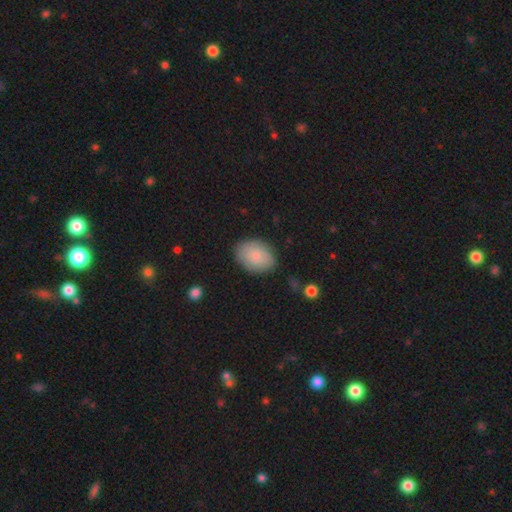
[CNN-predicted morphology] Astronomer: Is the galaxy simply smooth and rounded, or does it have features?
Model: smooth — 85%.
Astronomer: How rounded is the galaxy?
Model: in between — 78%.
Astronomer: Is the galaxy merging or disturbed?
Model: none — 82%.